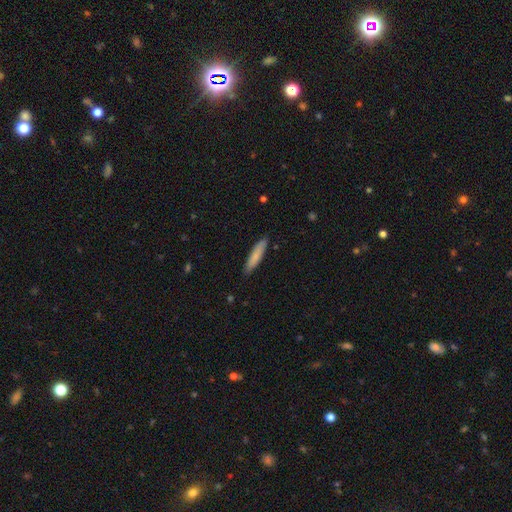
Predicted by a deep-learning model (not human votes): Smooth or featured? smooth (79%)
How rounded? cigar-shaped (85%)
Merging? none (89%)